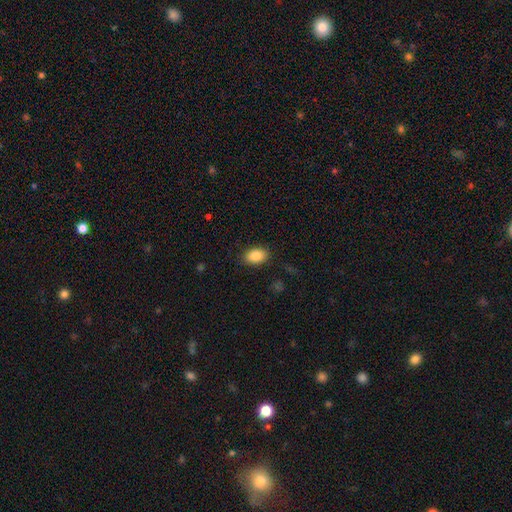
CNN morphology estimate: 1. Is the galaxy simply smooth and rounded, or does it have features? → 87% smooth, 8% star or artifact, 5% featured or disk.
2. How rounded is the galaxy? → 88% in between, 11% round, 1% cigar-shaped.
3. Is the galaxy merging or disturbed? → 87% none, 9% minor disturbance, 3% major disturbance, 1% merger.